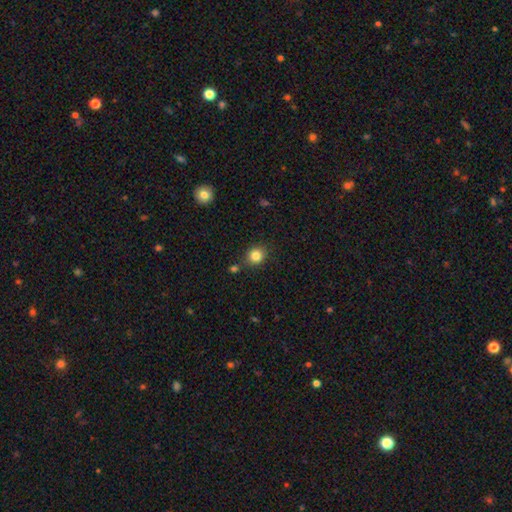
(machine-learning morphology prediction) This appears to be a smooth galaxy with no disk features (84%) that is round (82%). Merging: none (80%).